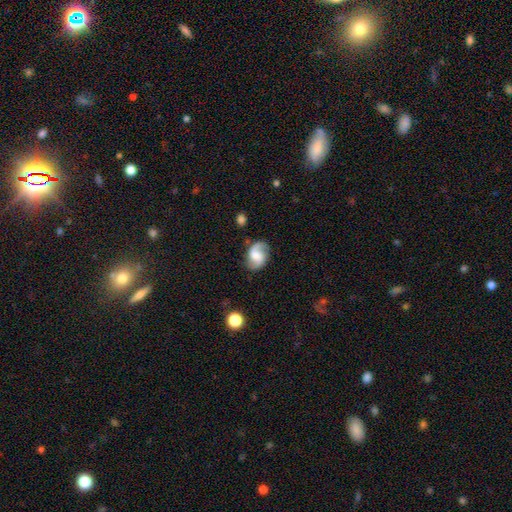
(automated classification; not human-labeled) Morphology: type=featured or disk (74%); edge-on=no (98%); bar=weak (45%); spiral arms=yes (95%); winding=loose (44%); arm count=2 (88%); bulge=moderate (37%); merging=none (76%).